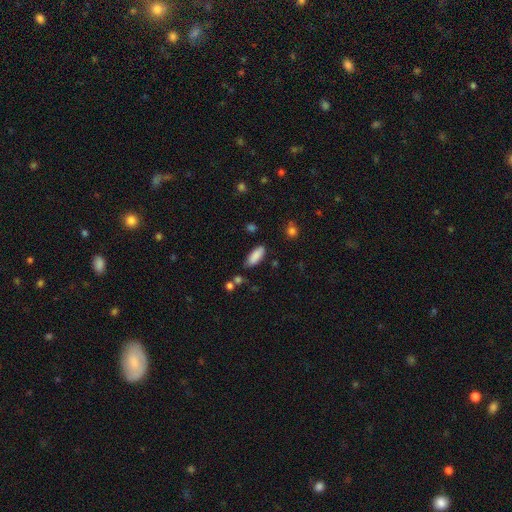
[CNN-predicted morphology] A smooth galaxy with no disk features (87%) that is in between round and cigar-shaped (75%). Merging: none (78%).